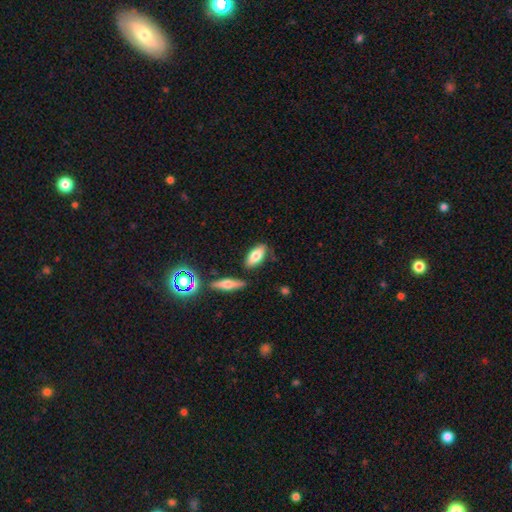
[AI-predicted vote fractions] A smooth galaxy with no disk features (73%) that is in between round and cigar-shaped (83%).

Vote fractions:
- Smooth or featured? smooth: 73% / featured or disk: 19% / star or artifact: 7%
- How rounded? in between: 83% / cigar-shaped: 14% / round: 3%
- Merging? none: 78% / minor disturbance: 13% / merger: 6% / major disturbance: 3%